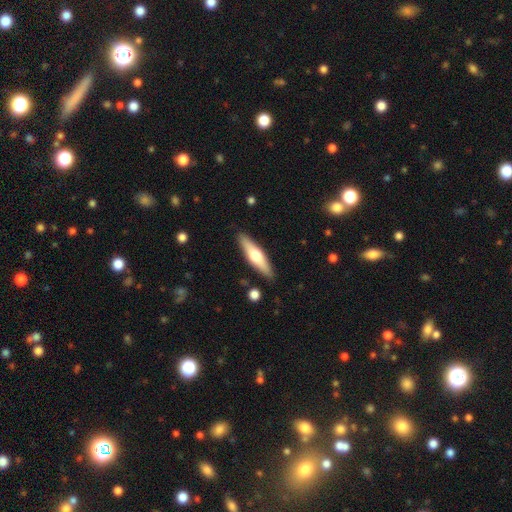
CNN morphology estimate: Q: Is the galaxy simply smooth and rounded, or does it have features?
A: smooth — 49%.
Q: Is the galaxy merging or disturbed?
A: none — 89%.